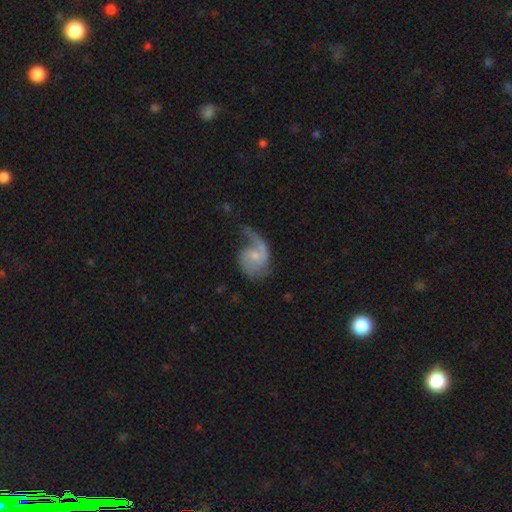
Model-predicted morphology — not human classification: Smooth or featured?
  - featured or disk: 75% *
  - smooth: 19%
  - star or artifact: 6%
Edge-on disk?
  - no: 98% *
  - yes: 2%
Bar?
  - no: 62% *
  - weak: 33%
  - strong: 5%
Spiral arms?
  - yes: 91% *
  - no: 9%
Spiral winding?
  - loose: 53% *
  - medium: 35%
  - tight: 12%
Spiral arm count?
  - 1: 51% *
  - 2: 41%
  - can't tell: 5%
  - 3: 1%
  - 4: 1%
  - more than 4: 1%
Bulge size?
  - small: 62% *
  - moderate: 27%
  - none: 9%
  - large: 2%
  - dominant: 1%
Merging?
  - major disturbance: 38% *
  - none: 35%
  - minor disturbance: 24%
  - merger: 3%